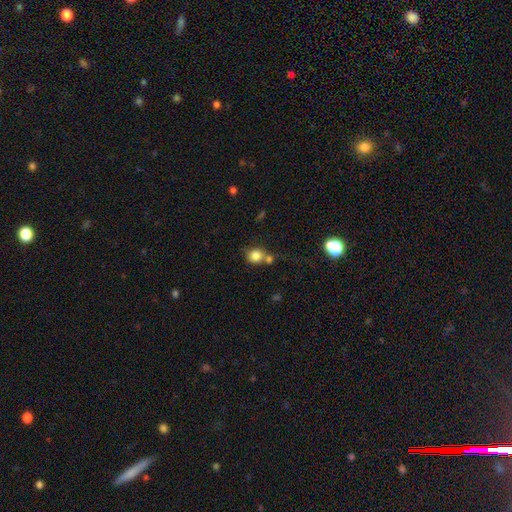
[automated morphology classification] smooth 81%, star or artifact 11%, featured or disk 8%. Down the decision tree: how rounded — round (82%); merging — none (54%).